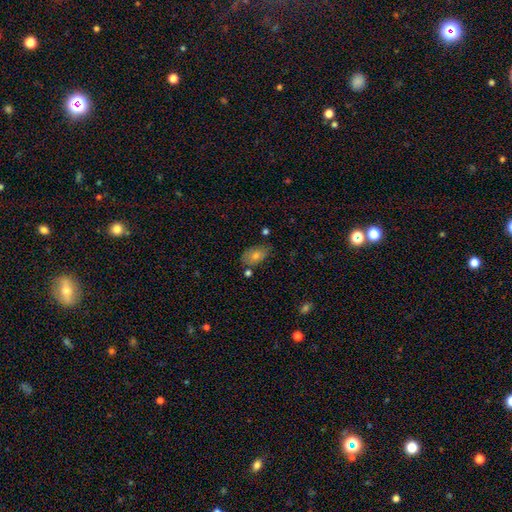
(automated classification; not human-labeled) Smooth or featured? smooth (60%)
How rounded? in between (87%)
Merging? none (71%)